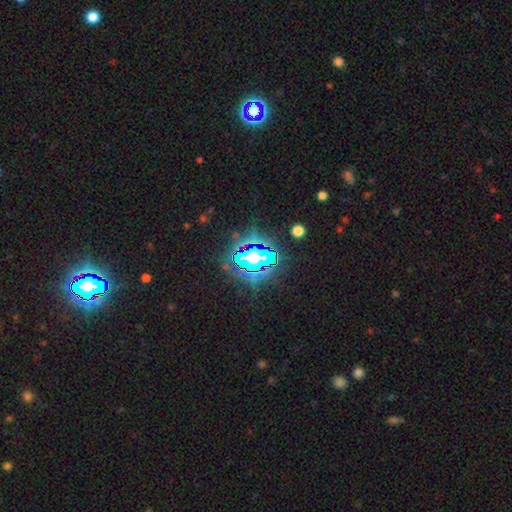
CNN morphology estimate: A star or artifact, not a galaxy (78%).